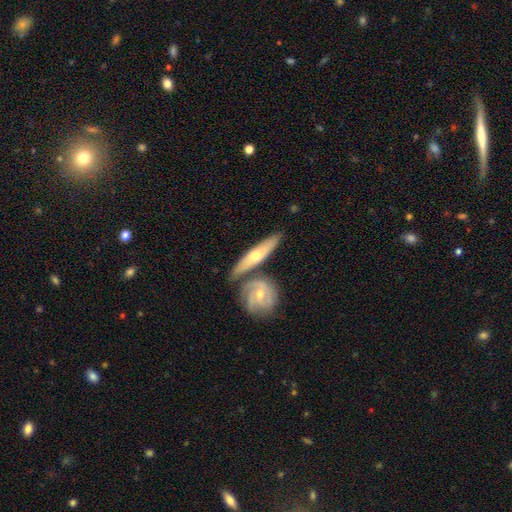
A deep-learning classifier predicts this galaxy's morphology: A featured or disk galaxy (60%) viewed edge-on (60%). Merging: none (63%).